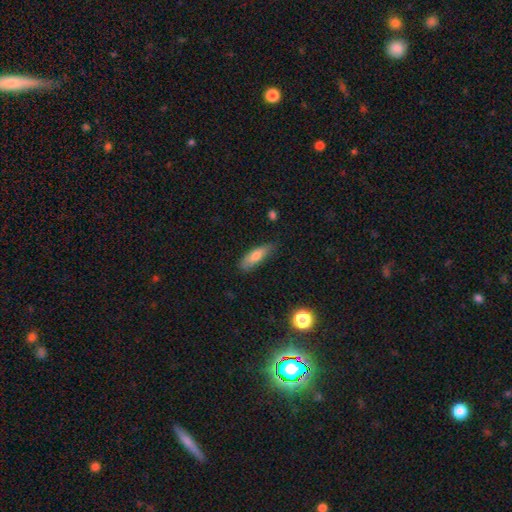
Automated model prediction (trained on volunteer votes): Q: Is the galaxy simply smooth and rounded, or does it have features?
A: smooth — 75%.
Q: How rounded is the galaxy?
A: cigar-shaped — 50%.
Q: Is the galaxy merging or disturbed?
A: none — 75%.